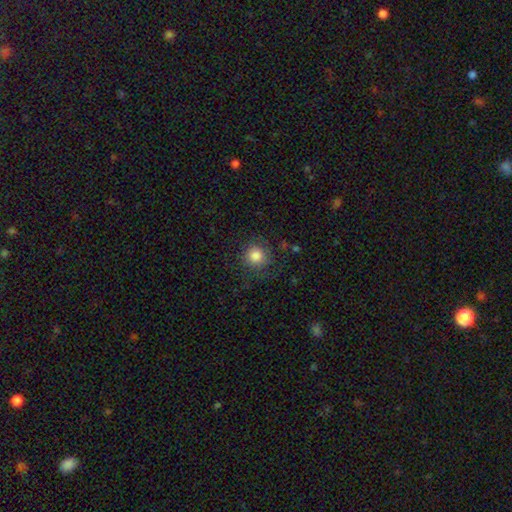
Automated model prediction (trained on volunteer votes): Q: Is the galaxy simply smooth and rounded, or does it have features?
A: smooth — 83%.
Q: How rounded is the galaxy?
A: round — 93%.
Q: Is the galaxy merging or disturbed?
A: none — 80%.